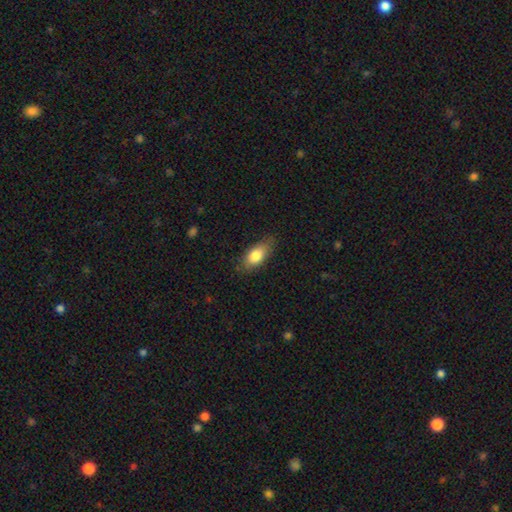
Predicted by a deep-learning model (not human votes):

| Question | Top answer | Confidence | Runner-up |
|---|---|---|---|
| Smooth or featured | smooth | 81% | featured or disk (12%) |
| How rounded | in between | 85% | cigar-shaped (10%) |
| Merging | none | 76% | minor disturbance (19%) |